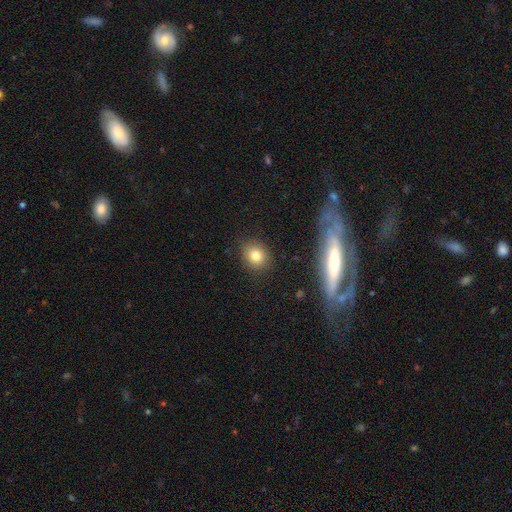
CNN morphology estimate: This is likely a smooth galaxy (79%). How rounded: likely round (72%). Merging: clearly none (87%).